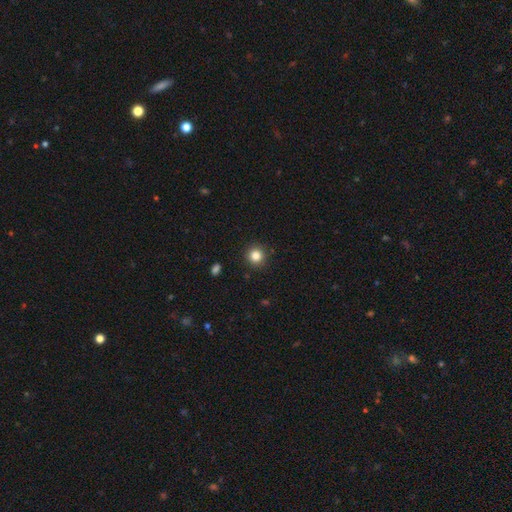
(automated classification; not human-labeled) Q: Smooth or featured?
A: smooth (84%); runner-up: star or artifact (11%)
Q: How rounded?
A: round (94%); runner-up: in between (5%)
Q: Merging?
A: none (91%); runner-up: minor disturbance (6%)